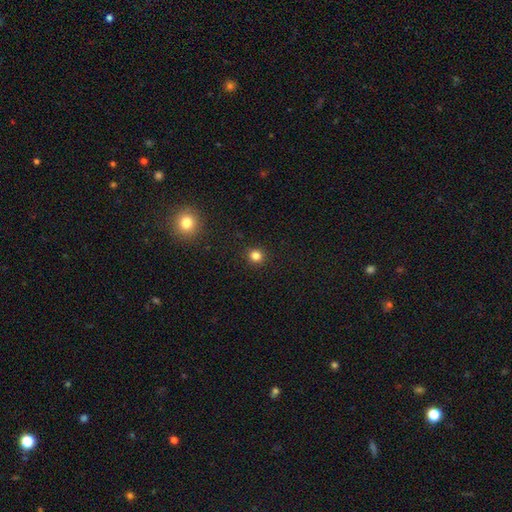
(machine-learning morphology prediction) A smooth galaxy with no disk features (82%) that is round (90%).

Vote fractions:
- Smooth or featured? smooth: 82% / star or artifact: 14% / featured or disk: 4%
- How rounded? round: 90% / in between: 9% / cigar-shaped: 1%
- Merging? none: 91% / minor disturbance: 5% / major disturbance: 2% / merger: 1%